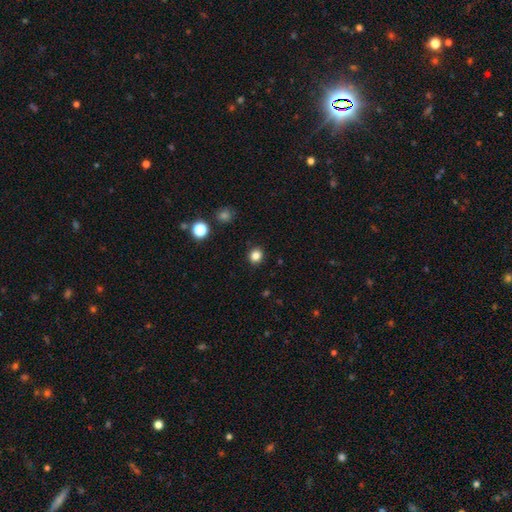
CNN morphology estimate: A smooth galaxy with no disk features (83%) that is round (89%).

Vote fractions:
- Smooth or featured? smooth: 83% / star or artifact: 12% / featured or disk: 4%
- How rounded? round: 89% / in between: 10% / cigar-shaped: 1%
- Merging? none: 92% / minor disturbance: 5% / major disturbance: 2% / merger: 1%